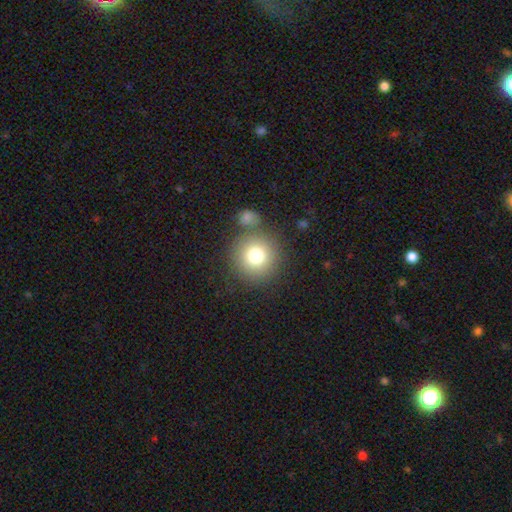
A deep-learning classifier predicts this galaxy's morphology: Smooth or featured? smooth (78%)
How rounded? round (94%)
Merging? none (75%)